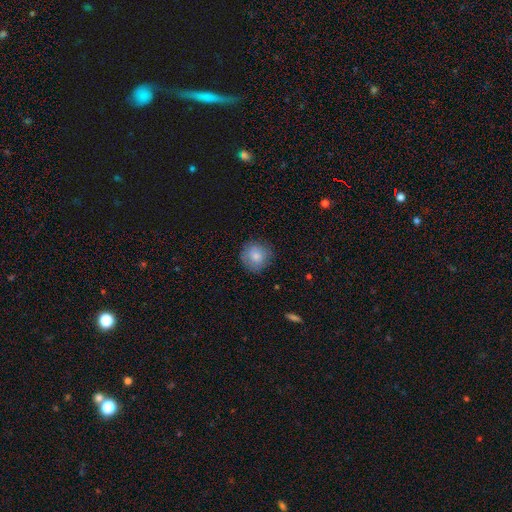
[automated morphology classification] smooth_or_featured: smooth (p=0.80) [alt: featured or disk p=0.13]
how_rounded: round (p=0.92) [alt: in between p=0.07]
merging: none (p=0.82) [alt: minor disturbance p=0.13]